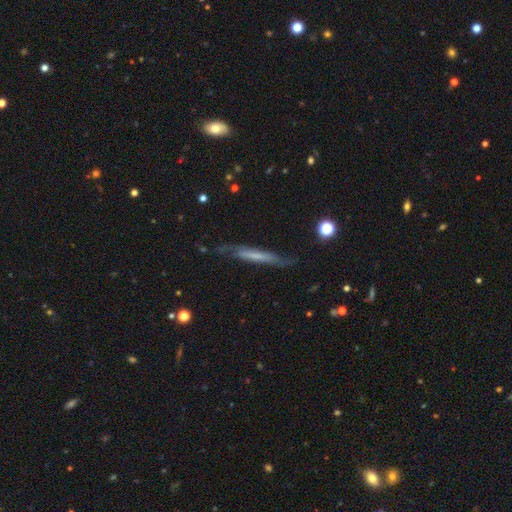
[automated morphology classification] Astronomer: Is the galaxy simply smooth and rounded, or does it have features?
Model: featured or disk — 57% (runner-up: smooth, 36%).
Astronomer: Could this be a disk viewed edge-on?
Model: yes — 73%.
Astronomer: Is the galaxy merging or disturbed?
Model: none — 69%.